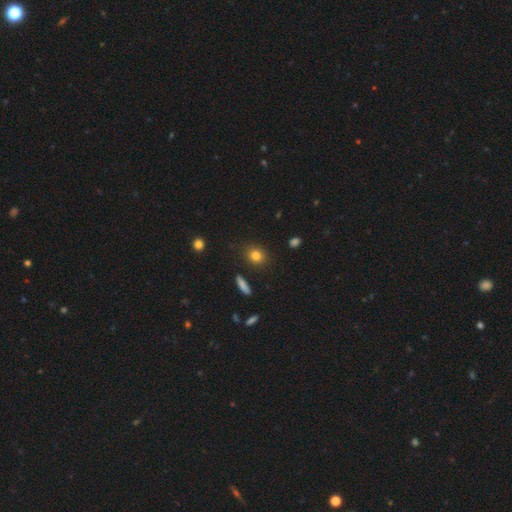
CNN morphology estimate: Q: Smooth or featured?
A: smooth (82%); runner-up: star or artifact (11%)
Q: How rounded?
A: round (69%); runner-up: in between (29%)
Q: Merging?
A: none (87%); runner-up: minor disturbance (9%)